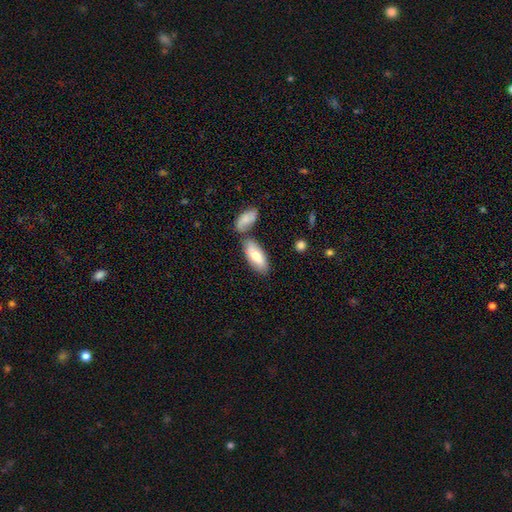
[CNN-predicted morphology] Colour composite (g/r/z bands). It shows a smooth galaxy with no disk features (71%) that is in between round and cigar-shaped (75%). Merging: none (64%).